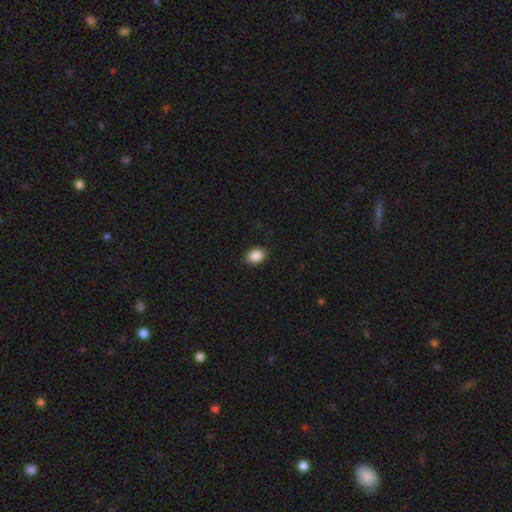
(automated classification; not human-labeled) This is clearly a smooth galaxy (87%). How rounded: likely in between (71%). Merging: clearly none (86%).